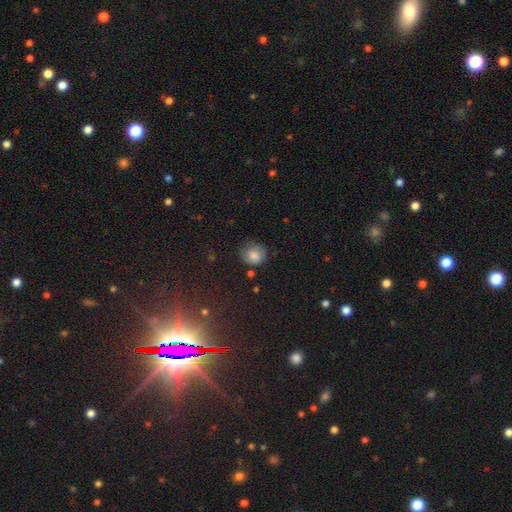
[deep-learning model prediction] smooth-or-featured: smooth: 78% | star or artifact: 11% | featured or disk: 11%
  how-rounded: round: 84% | in between: 15% | cigar-shaped: 1%
  merging: none: 75% | minor disturbance: 18% | major disturbance: 4% | merger: 2%